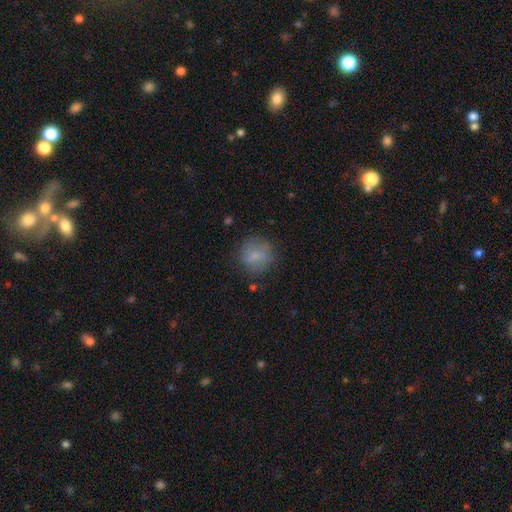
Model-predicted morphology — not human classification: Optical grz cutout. It shows a smooth galaxy with no disk features (68%) that is round (85%). Merging: none (73%).